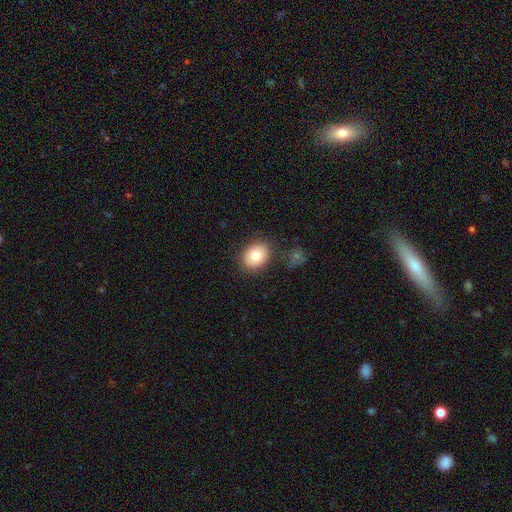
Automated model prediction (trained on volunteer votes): smooth_or_featured: smooth (p=0.79) [alt: featured or disk p=0.12]
how_rounded: round (p=0.51) [alt: in between p=0.48]
merging: none (p=0.82) [alt: minor disturbance p=0.11]